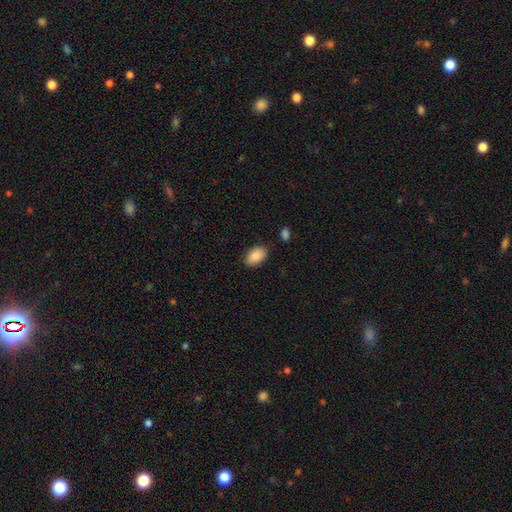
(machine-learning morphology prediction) This is clearly a smooth galaxy (87%). How rounded: clearly in between (90%). Merging: clearly none (84%).